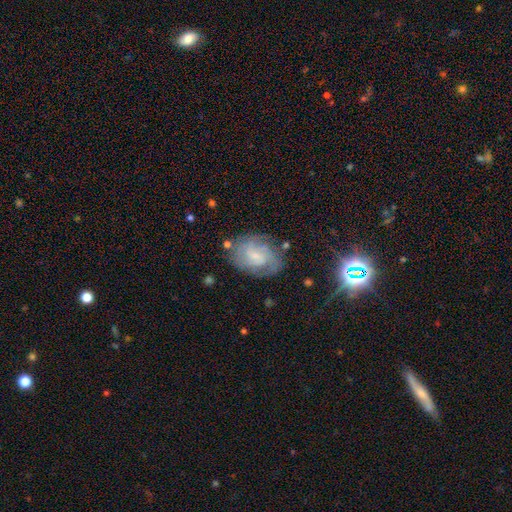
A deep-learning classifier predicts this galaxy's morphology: This is likely a featured or disk galaxy (69%). It is clearly not viewed edge-on (97%). Bar: possibly weak (50%). Spiral arm pattern: clearly yes (89%). Spiral arm count: marginally can't tell (37%). Spiral winding: possibly tight (51%). Central bulge: possibly small (58%). Merging: likely none (67%).